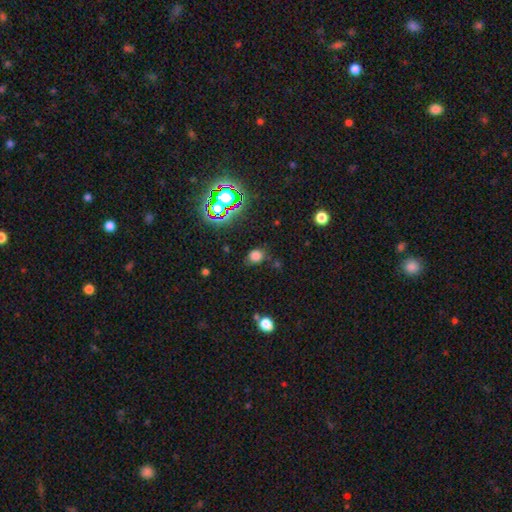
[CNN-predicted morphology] Smooth or featured: smooth — 71% (star or artifact — 23%)
How rounded: round — 61% (in between — 38%)
Merging: none — 75% (minor disturbance — 17%)